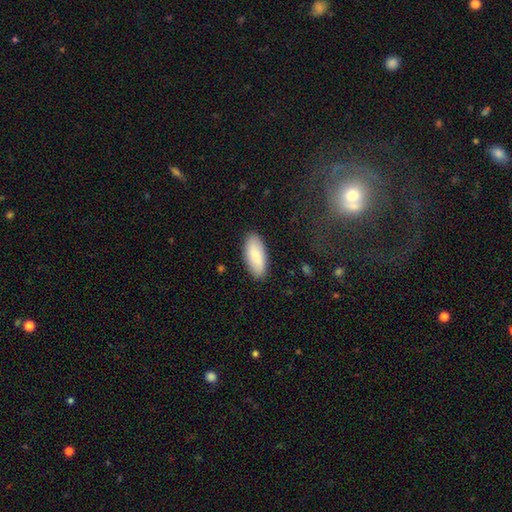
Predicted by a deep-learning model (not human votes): Overall: smooth (84%). How rounded: in between (85%). Merging: none (88%).